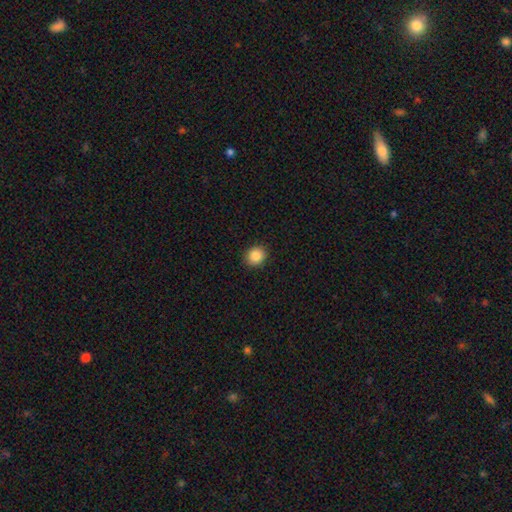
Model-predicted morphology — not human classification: Smooth or featured: smooth — 86% (star or artifact — 9%)
How rounded: round — 76% (in between — 23%)
Merging: none — 91% (minor disturbance — 6%)